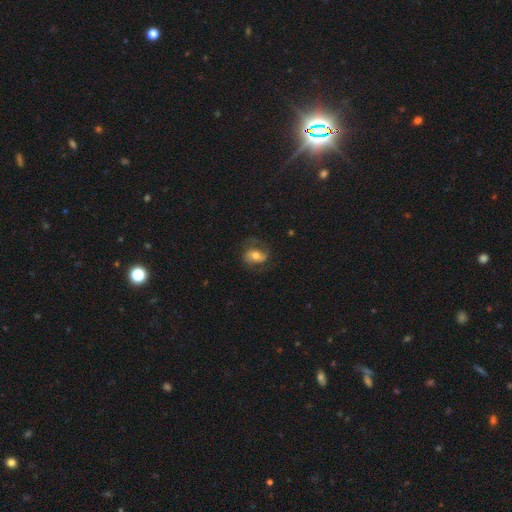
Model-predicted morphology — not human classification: Overall: featured or disk (47%; smooth 45%). Merging: none (65%).